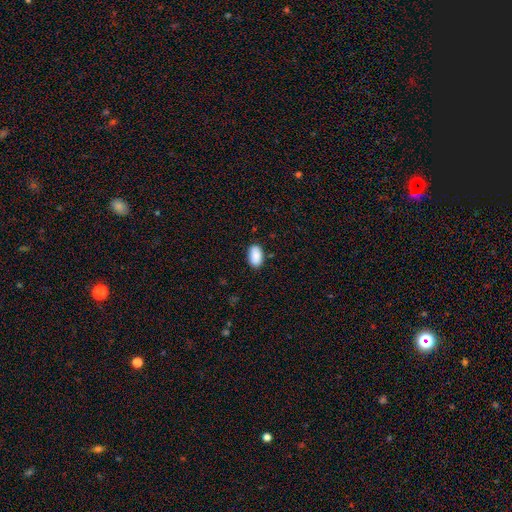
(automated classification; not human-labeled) Smooth or featured?
  - smooth: 89% *
  - star or artifact: 7%
  - featured or disk: 4%
How rounded?
  - in between: 94% *
  - round: 5%
  - cigar-shaped: 1%
Merging?
  - none: 85% *
  - minor disturbance: 11%
  - major disturbance: 2%
  - merger: 1%